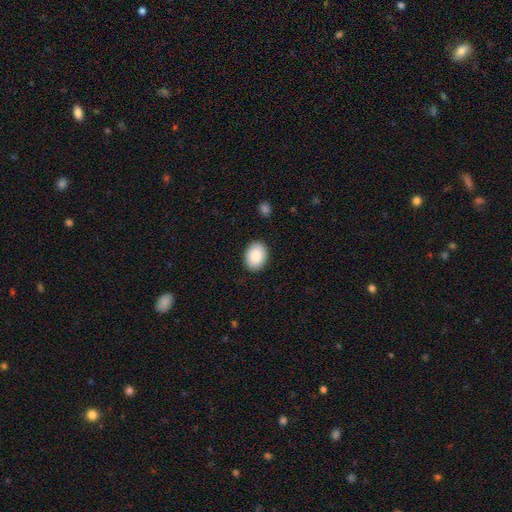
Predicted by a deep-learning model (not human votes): smooth 88%, star or artifact 7%, featured or disk 5%. Down the decision tree: how rounded — in between (71%); merging — none (89%).